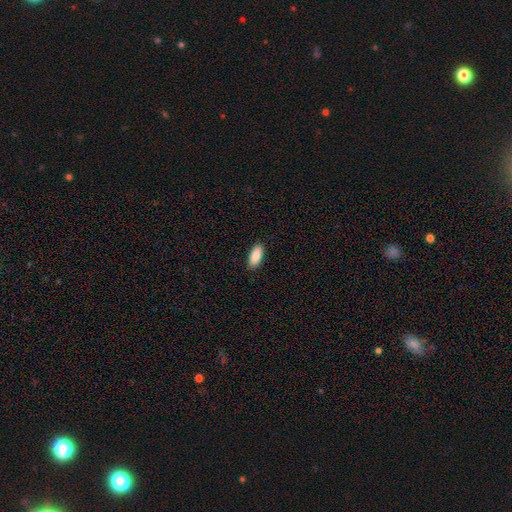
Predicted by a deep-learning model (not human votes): Smooth or featured? Predicted: smooth (p=0.89). How rounded? Predicted: in between (p=0.88). Merging? Predicted: none (p=0.90).